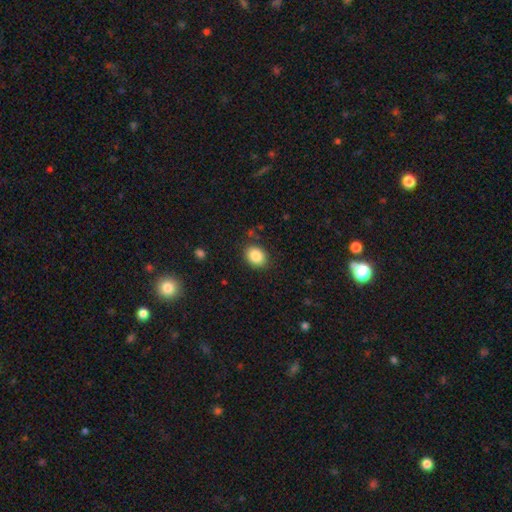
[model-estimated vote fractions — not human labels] Overall: smooth (87%). How rounded: in between (57%; round 42%). Merging: none (86%).